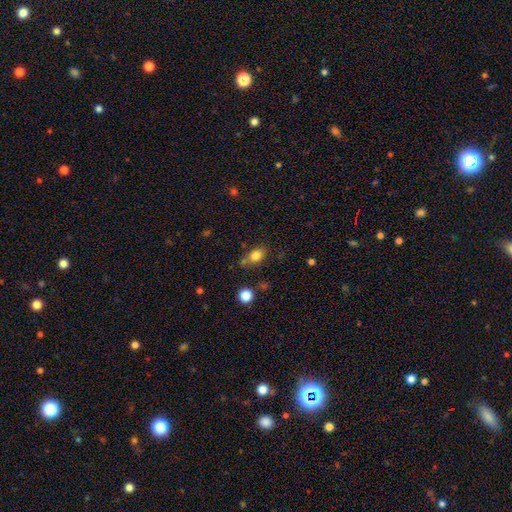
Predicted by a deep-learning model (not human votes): Q: Smooth or featured?
A: smooth (81%); runner-up: star or artifact (11%)
Q: How rounded?
A: in between (67%); runner-up: round (31%)
Q: Merging?
A: none (68%); runner-up: minor disturbance (18%)